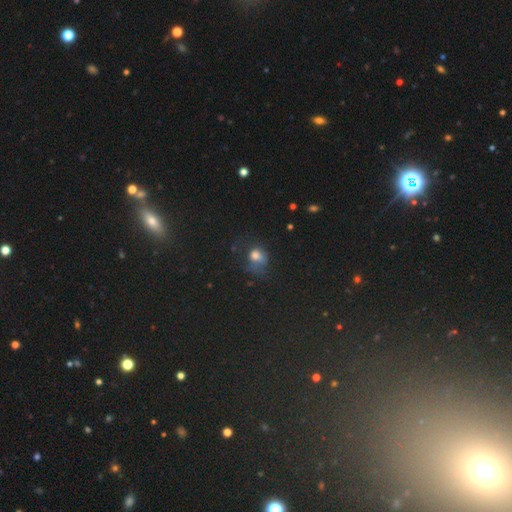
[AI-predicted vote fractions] Smooth or featured?
  - smooth: 62% *
  - star or artifact: 22%
  - featured or disk: 16%
How rounded?
  - round: 54% *
  - in between: 44%
  - cigar-shaped: 2%
Merging?
  - none: 38% *
  - major disturbance: 33%
  - minor disturbance: 25%
  - merger: 4%